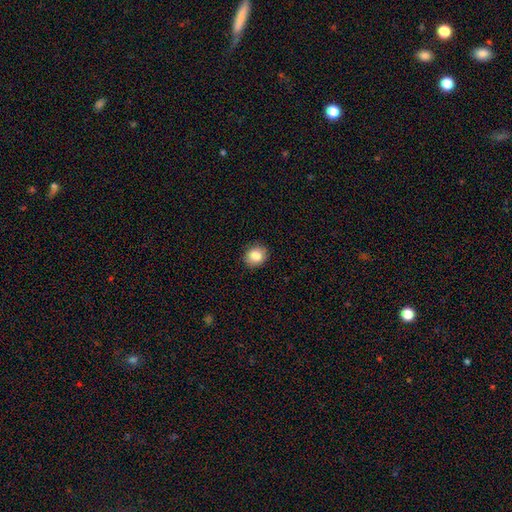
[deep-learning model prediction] A smooth galaxy with no disk features (84%) that is round (67%).

Vote fractions:
- Smooth or featured? smooth: 84% / star or artifact: 9% / featured or disk: 7%
- How rounded? round: 67% / in between: 32% / cigar-shaped: 1%
- Merging? none: 90% / minor disturbance: 7% / major disturbance: 2% / merger: 1%